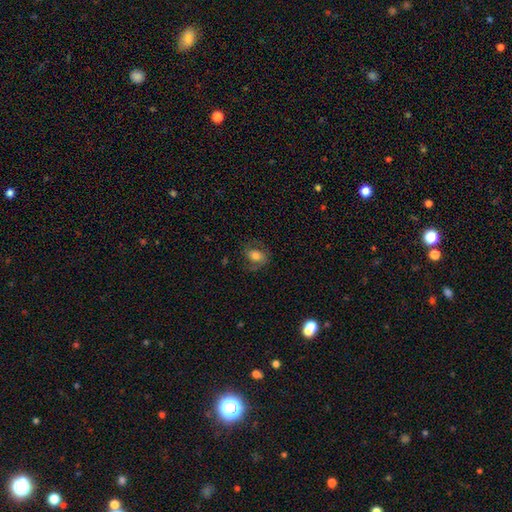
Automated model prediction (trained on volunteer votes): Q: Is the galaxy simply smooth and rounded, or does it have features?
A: smooth — 57%.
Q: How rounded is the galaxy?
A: in between — 61%.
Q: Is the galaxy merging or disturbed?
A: none — 66%.